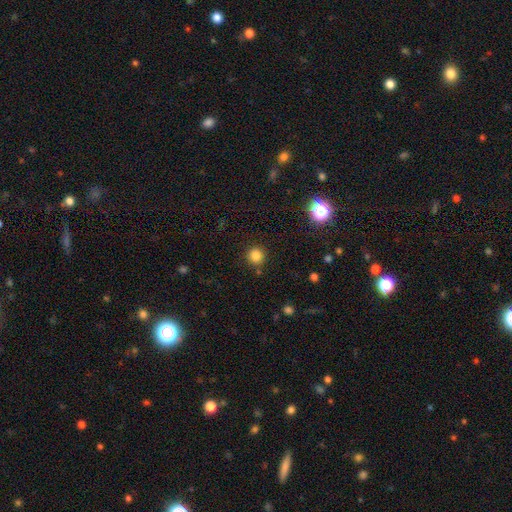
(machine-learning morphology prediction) smooth_or_featured: smooth (p=0.82) [alt: star or artifact p=0.14]
how_rounded: round (p=0.93) [alt: in between p=0.06]
merging: none (p=0.87) [alt: minor disturbance p=0.07]